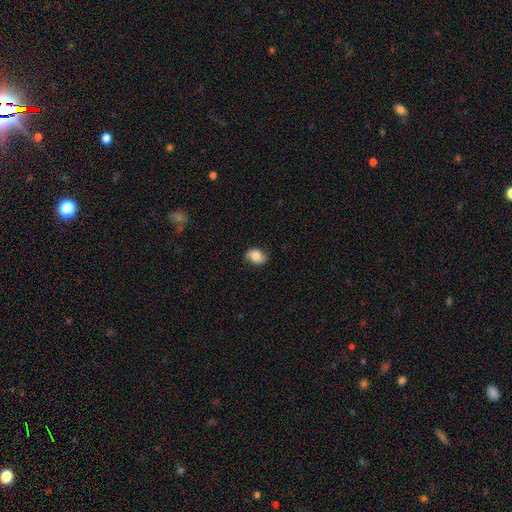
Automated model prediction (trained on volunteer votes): The model was most divided on "how rounded": in between: 69%, round: 29%, cigar-shaped: 1%. More confident: merging — none (78%); smooth or featured — smooth (74%).